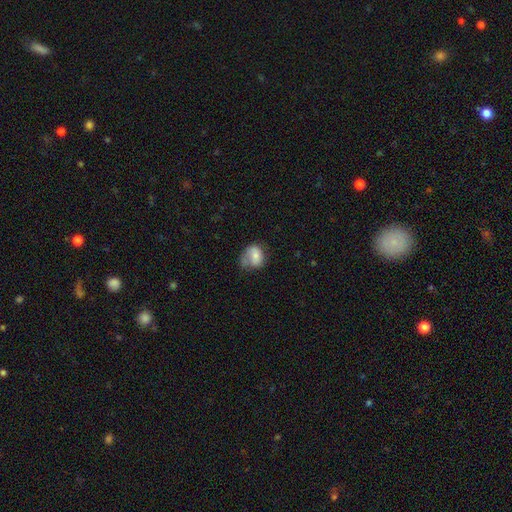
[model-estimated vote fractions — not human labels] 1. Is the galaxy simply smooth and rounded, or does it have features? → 63% smooth, 29% featured or disk, 8% star or artifact.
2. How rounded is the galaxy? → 52% in between, 47% round, 1% cigar-shaped.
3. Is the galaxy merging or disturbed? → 38% none, 32% minor disturbance, 21% major disturbance, 8% merger.